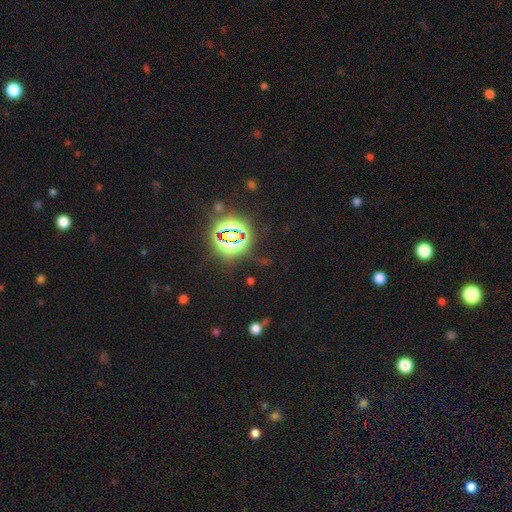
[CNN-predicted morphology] A star or artifact, not a galaxy (81%).